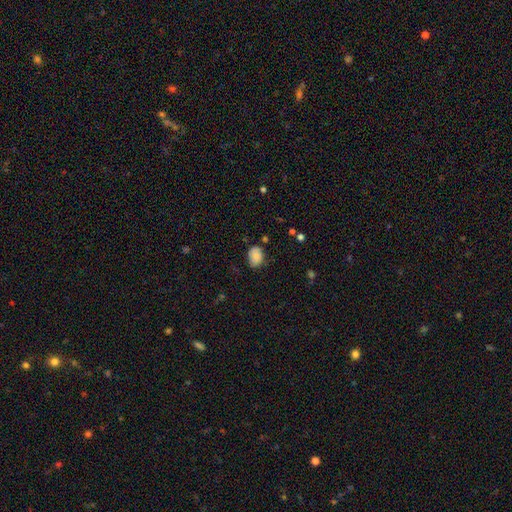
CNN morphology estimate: Overall: smooth (85%). How rounded: in between (71%). Merging: none (67%).